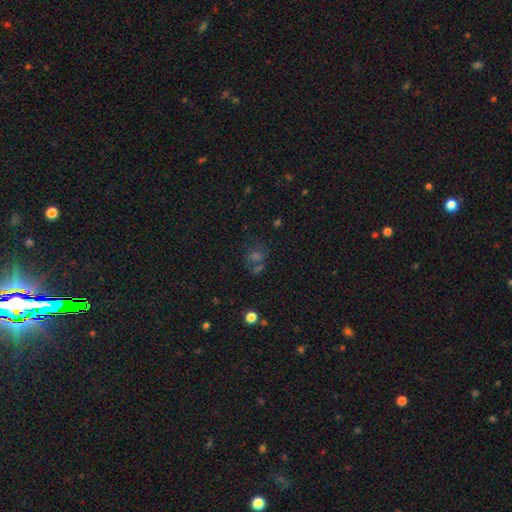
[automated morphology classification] A star or artifact, not a galaxy (42%).